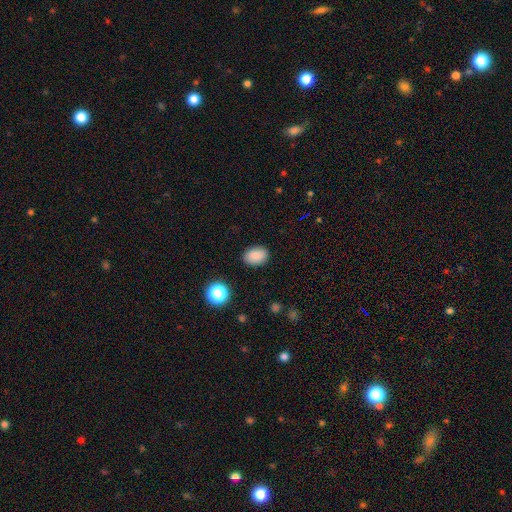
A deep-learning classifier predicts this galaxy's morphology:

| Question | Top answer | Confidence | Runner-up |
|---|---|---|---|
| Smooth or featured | smooth | 87% | star or artifact (9%) |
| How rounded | in between | 82% | round (17%) |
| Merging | none | 87% | minor disturbance (9%) |